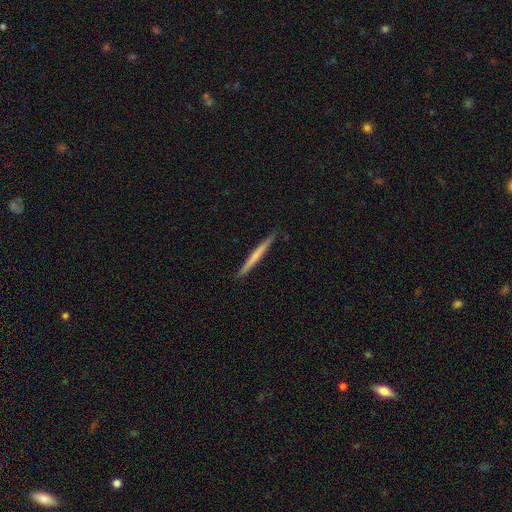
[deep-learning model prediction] smooth-or-featured: smooth: 55% | featured or disk: 39% | star or artifact: 5%
  how-rounded: cigar-shaped: 97% | in between: 2% | round: 1%
  merging: none: 91% | minor disturbance: 7% | major disturbance: 1% | merger: 1%